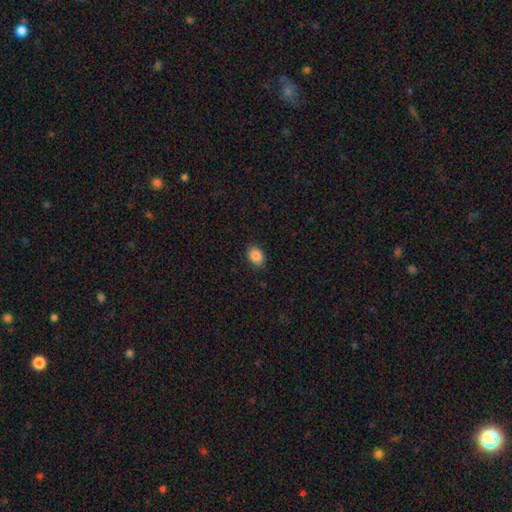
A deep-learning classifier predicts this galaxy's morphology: The model was most divided on "how rounded": in between: 66%, round: 33%, cigar-shaped: 1%. More confident: smooth or featured — smooth (87%); merging — none (86%).